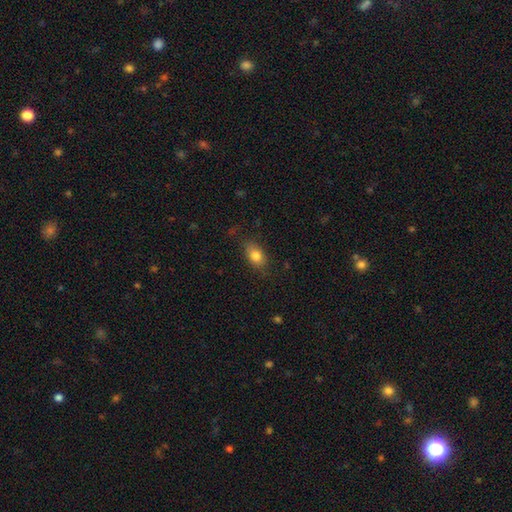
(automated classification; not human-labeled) Smooth or featured?
  - smooth: 81% *
  - featured or disk: 10%
  - star or artifact: 9%
How rounded?
  - in between: 83% *
  - round: 13%
  - cigar-shaped: 4%
Merging?
  - none: 76% *
  - minor disturbance: 17%
  - major disturbance: 5%
  - merger: 1%